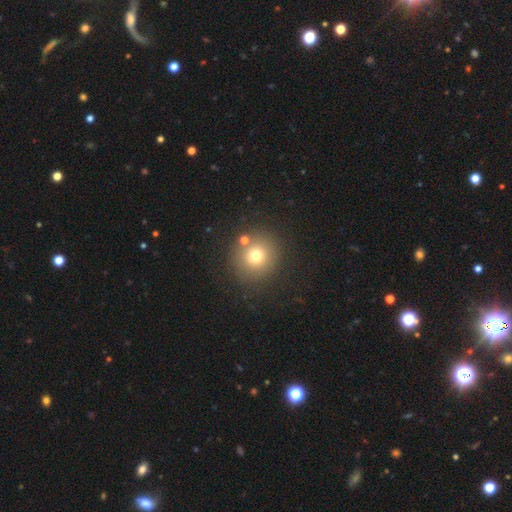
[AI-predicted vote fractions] smooth 73%, star or artifact 16%, featured or disk 12%. Down the decision tree: how rounded — round (93%); merging — none (82%).